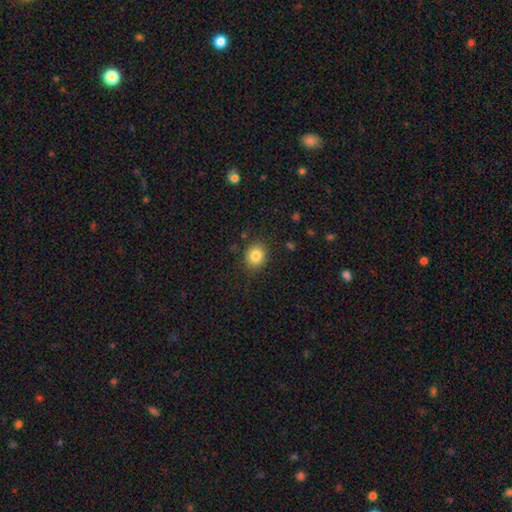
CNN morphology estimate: Smooth or featured? Predicted: smooth (p=0.84). How rounded? Predicted: round (p=0.68). Merging? Predicted: none (p=0.87).